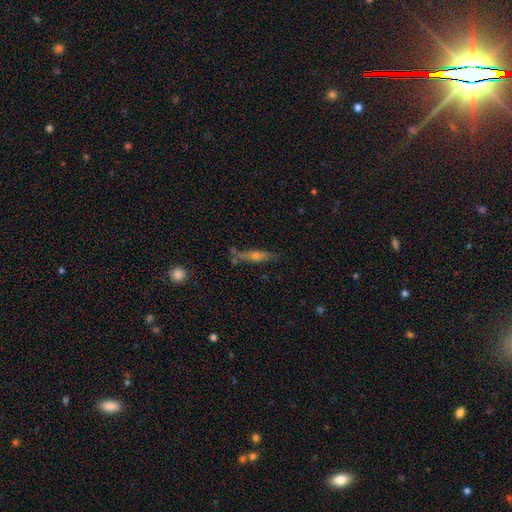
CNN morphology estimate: A featured or disk galaxy (55%) viewed edge-on (85%).

Vote fractions:
- Smooth or featured? featured or disk: 55% / smooth: 34% / star or artifact: 10%
- Edge-on disk? yes: 85% / no: 15%
- Merging? none: 73% / minor disturbance: 16% / merger: 6% / major disturbance: 5%